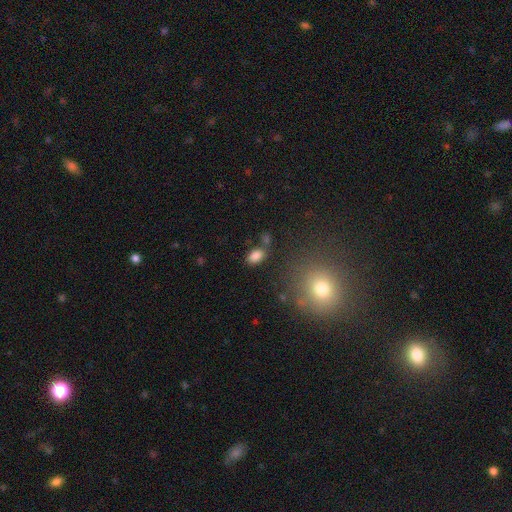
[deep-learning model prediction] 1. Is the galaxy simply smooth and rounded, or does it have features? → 84% smooth, 11% star or artifact, 6% featured or disk.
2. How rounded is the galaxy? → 87% in between, 11% round, 2% cigar-shaped.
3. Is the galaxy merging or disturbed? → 72% none, 13% minor disturbance, 10% merger, 5% major disturbance.